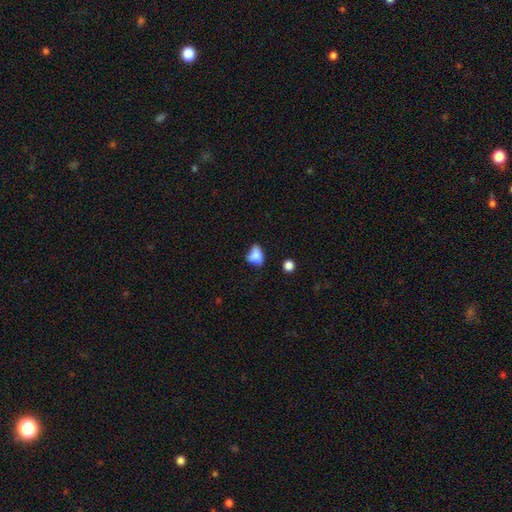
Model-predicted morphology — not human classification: smooth 77%, featured or disk 13%, star or artifact 10%. Down the decision tree: how rounded — in between (76%); merging — none (42%).